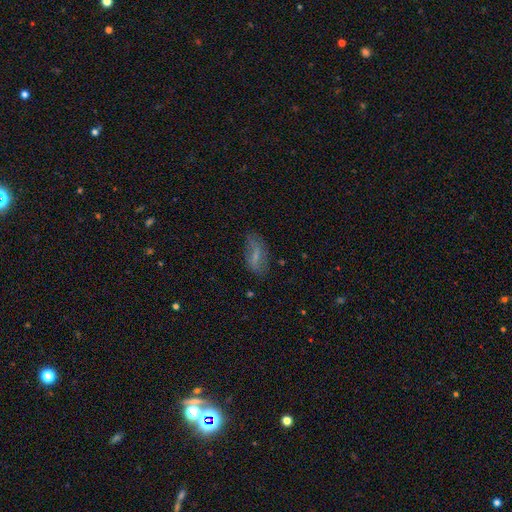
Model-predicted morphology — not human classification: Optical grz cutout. It shows a smooth galaxy with no disk features (52%) that is in between round and cigar-shaped (75%). Merging: none (65%).